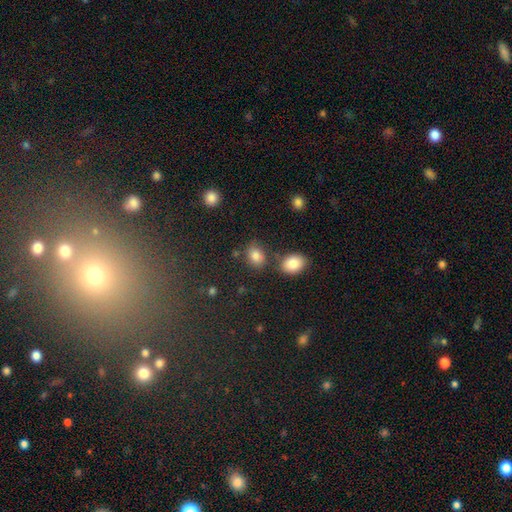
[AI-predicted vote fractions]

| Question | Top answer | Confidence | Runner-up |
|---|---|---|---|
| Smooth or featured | smooth | 82% | star or artifact (11%) |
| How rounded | in between | 67% | round (32%) |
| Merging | none | 68% | minor disturbance (15%) |